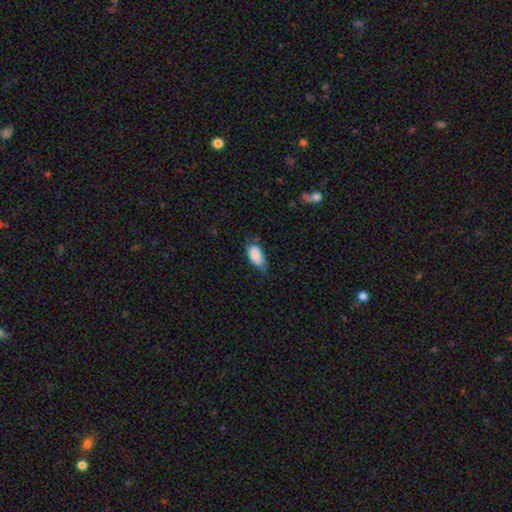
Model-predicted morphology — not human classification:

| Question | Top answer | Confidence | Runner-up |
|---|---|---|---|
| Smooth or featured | smooth | 80% | featured or disk (13%) |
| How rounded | in between | 92% | cigar-shaped (4%) |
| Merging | none | 46% | minor disturbance (39%) |